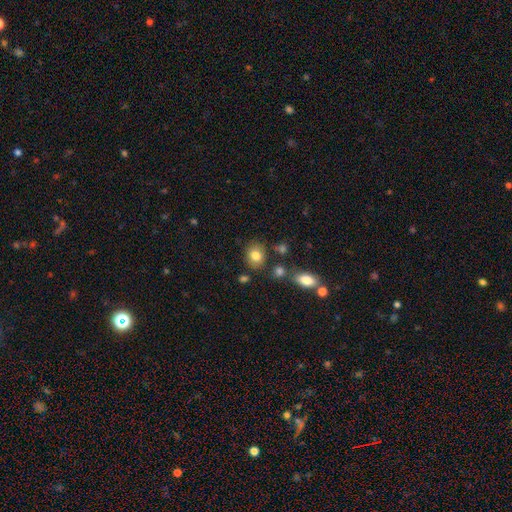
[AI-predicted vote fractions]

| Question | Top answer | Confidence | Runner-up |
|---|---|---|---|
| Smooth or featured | smooth | 82% | star or artifact (10%) |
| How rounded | round | 57% | in between (41%) |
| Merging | none | 78% | minor disturbance (12%) |